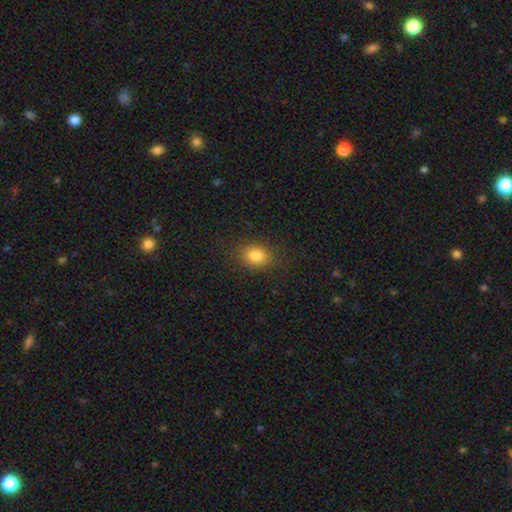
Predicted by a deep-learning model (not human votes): smooth-or-featured: smooth: 83% | star or artifact: 11% | featured or disk: 6%
  how-rounded: round: 50% | in between: 49% | cigar-shaped: 1%
  merging: none: 84% | minor disturbance: 11% | major disturbance: 4% | merger: 1%